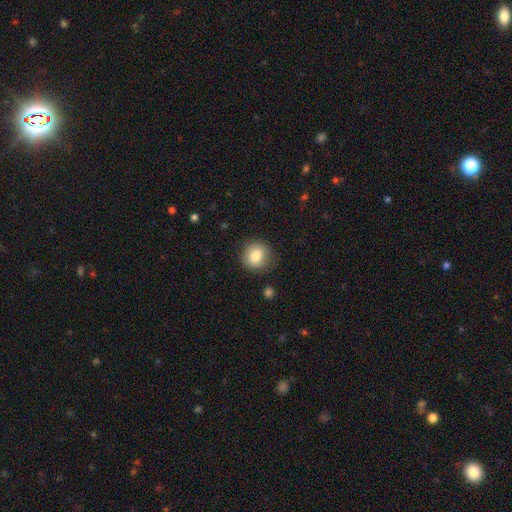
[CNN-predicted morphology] A smooth galaxy with no disk features (84%) that is round (86%). Merging: none (85%).